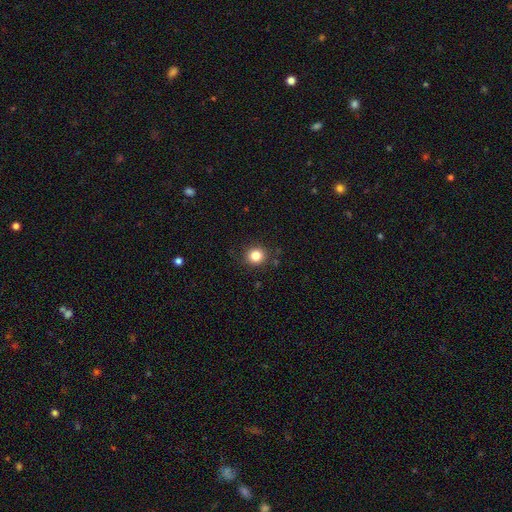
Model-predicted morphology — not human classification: Smooth or featured? smooth (83%)
How rounded? round (88%)
Merging? none (89%)